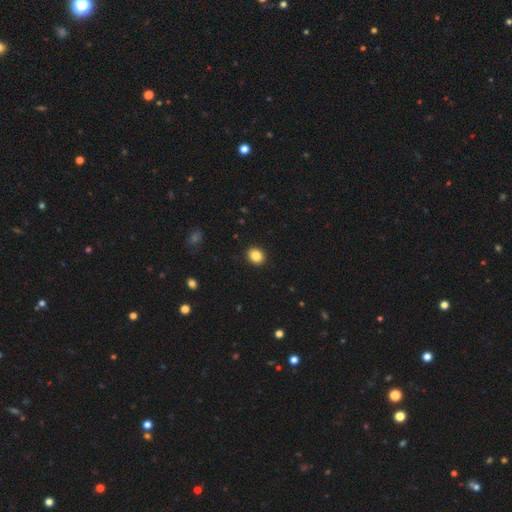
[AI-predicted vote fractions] This appears to be a smooth galaxy with no disk features (87%) that is round (63%). Merging: none (92%).